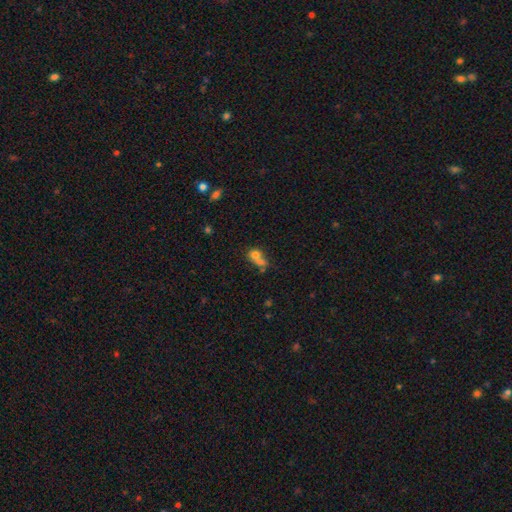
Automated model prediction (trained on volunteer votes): Smooth or featured?
  - smooth: 70% *
  - featured or disk: 16%
  - star or artifact: 13%
How rounded?
  - round: 58% *
  - in between: 40%
  - cigar-shaped: 2%
Merging?
  - merger: 58% *
  - none: 25%
  - minor disturbance: 9%
  - major disturbance: 7%